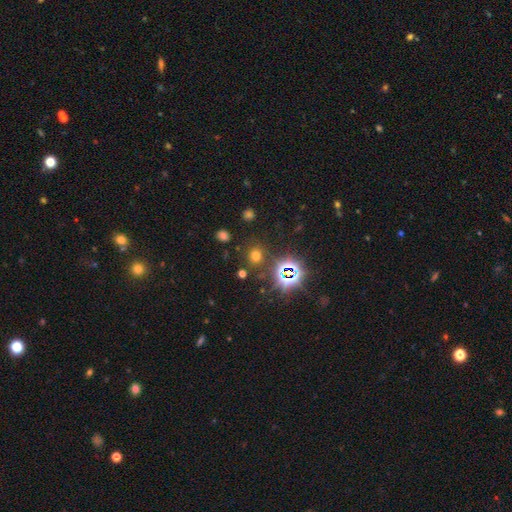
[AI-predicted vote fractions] smooth-or-featured: smooth: 58% | star or artifact: 35% | featured or disk: 8%
  how-rounded: round: 78% | in between: 21% | cigar-shaped: 1%
  merging: none: 84% | minor disturbance: 9% | major disturbance: 4% | merger: 4%